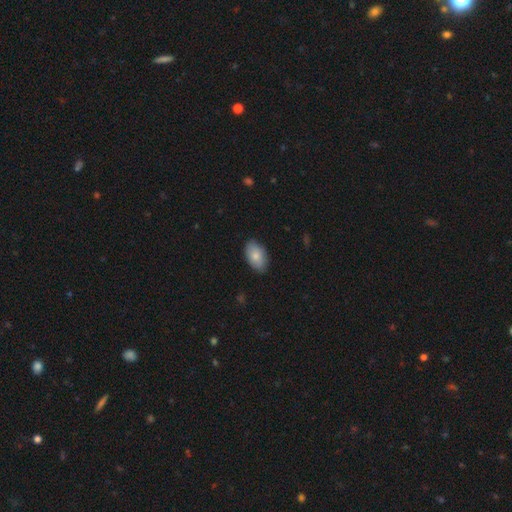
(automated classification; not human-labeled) The model was most divided on "smooth or featured": smooth: 82%, featured or disk: 12%, star or artifact: 6%. More confident: how rounded — in between (93%); merging — none (84%).